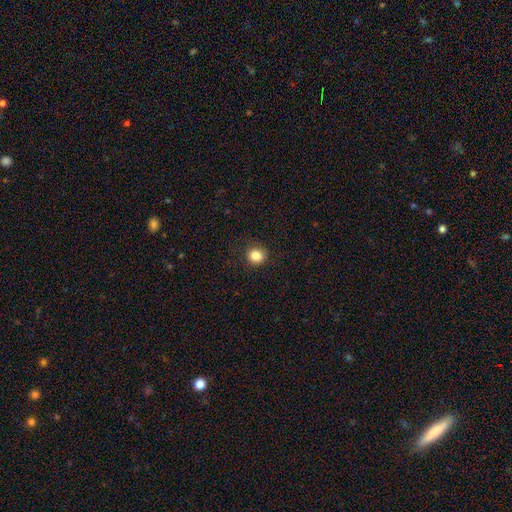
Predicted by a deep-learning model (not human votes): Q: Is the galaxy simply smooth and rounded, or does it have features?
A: smooth — 85%.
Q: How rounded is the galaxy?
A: round — 88%.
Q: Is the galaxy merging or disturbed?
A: none — 89%.